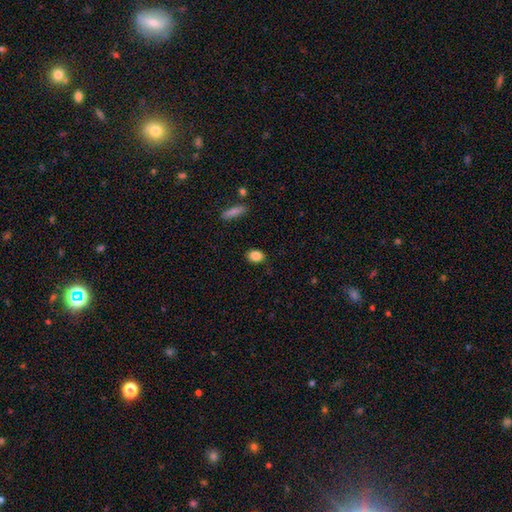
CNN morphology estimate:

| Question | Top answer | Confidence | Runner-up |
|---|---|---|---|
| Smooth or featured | smooth | 87% | star or artifact (9%) |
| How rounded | in between | 67% | round (31%) |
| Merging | none | 85% | minor disturbance (11%) |